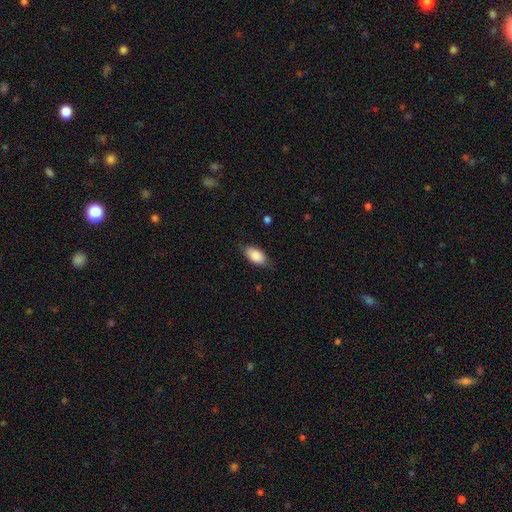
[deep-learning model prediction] The model was most divided on "merging": none: 77%, minor disturbance: 19%, major disturbance: 4%, merger: 1%. More confident: how rounded — in between (92%); smooth or featured — smooth (87%).